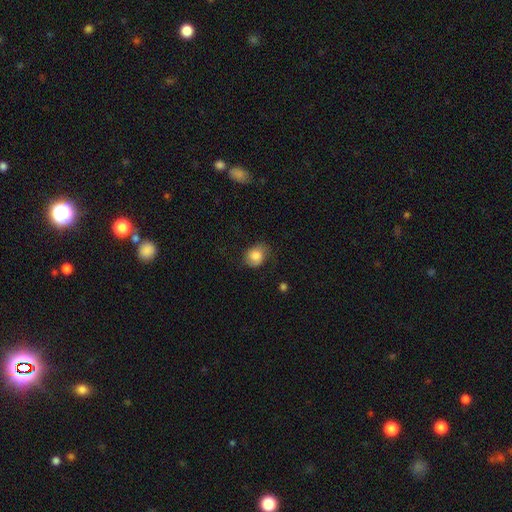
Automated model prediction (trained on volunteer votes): The model was most divided on "how rounded": round: 60%, in between: 39%, cigar-shaped: 1%. More confident: smooth or featured — smooth (78%); merging — none (64%).